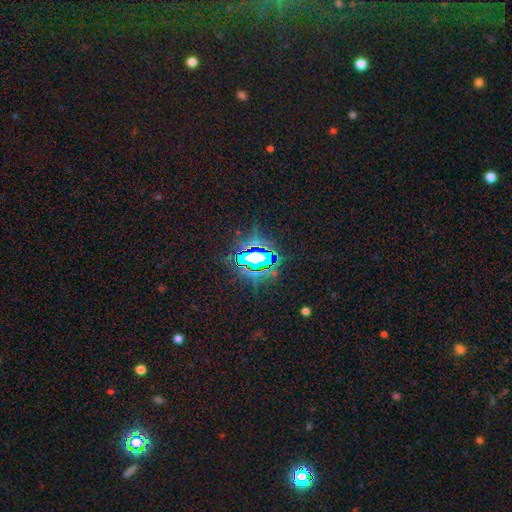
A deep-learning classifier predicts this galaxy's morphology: A star or artifact, not a galaxy (73%).